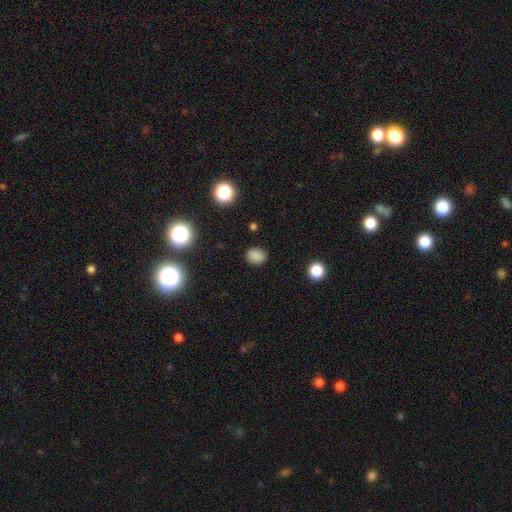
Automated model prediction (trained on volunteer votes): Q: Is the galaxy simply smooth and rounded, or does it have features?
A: smooth — 79%.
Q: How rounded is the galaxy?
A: round — 57%.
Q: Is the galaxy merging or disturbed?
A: none — 85%.